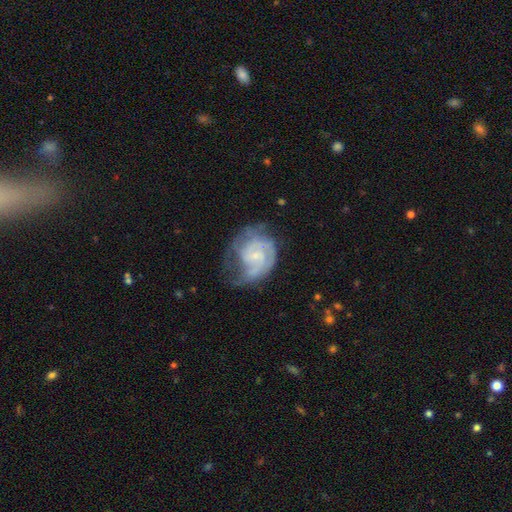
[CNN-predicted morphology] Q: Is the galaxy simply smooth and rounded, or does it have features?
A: featured or disk — 79%.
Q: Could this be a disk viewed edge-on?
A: no — 98%.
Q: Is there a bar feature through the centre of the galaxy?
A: no — 55%.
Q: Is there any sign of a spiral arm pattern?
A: yes — 92%.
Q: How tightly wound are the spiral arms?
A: tight — 48%.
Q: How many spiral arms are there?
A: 2 — 36%.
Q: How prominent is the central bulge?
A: small — 68%.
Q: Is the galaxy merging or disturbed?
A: none — 47%.